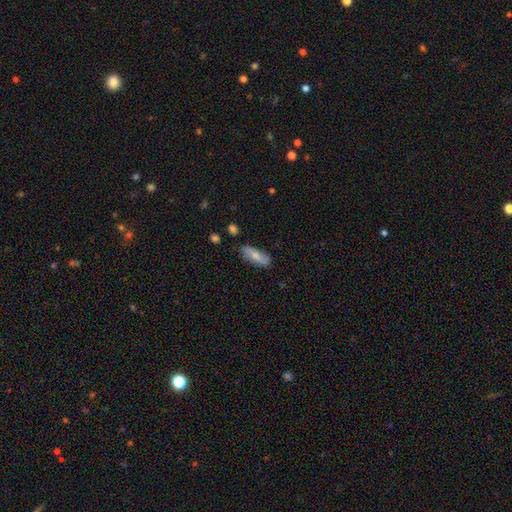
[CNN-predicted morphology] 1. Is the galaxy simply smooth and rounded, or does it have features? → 64% smooth, 29% featured or disk, 6% star or artifact.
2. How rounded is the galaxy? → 66% in between, 31% cigar-shaped, 3% round.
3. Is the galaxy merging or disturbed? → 77% none, 18% minor disturbance, 4% major disturbance, 2% merger.